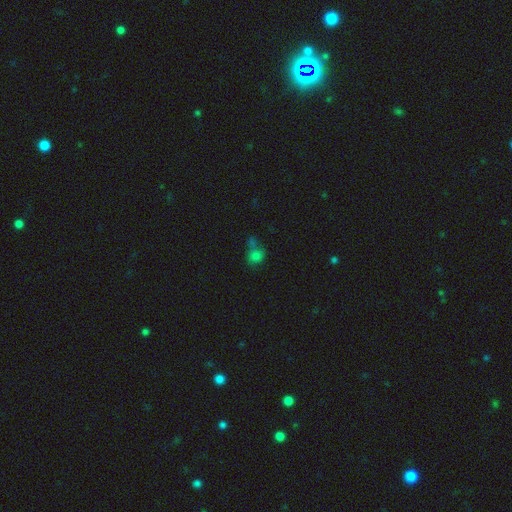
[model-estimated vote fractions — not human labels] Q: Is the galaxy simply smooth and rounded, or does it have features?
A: smooth — 73%.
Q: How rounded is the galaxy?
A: round — 64%.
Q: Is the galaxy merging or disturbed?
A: merger — 41%.